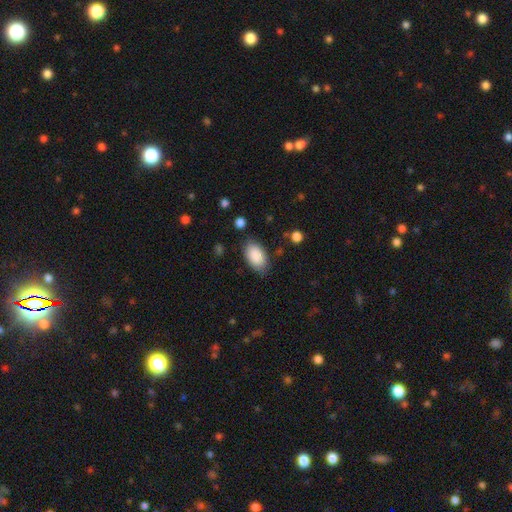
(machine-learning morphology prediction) This appears to be a smooth galaxy with no disk features (89%) that is in between round and cigar-shaped (94%). Merging: none (81%).